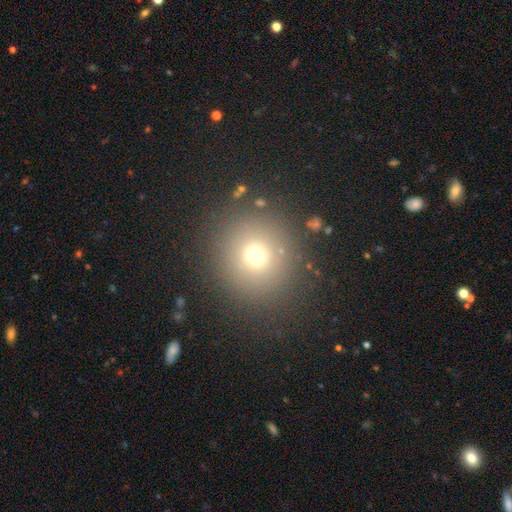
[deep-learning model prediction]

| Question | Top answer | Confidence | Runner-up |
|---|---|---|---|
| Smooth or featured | smooth | 70% | star or artifact (19%) |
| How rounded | round | 89% | in between (10%) |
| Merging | none | 86% | minor disturbance (8%) |